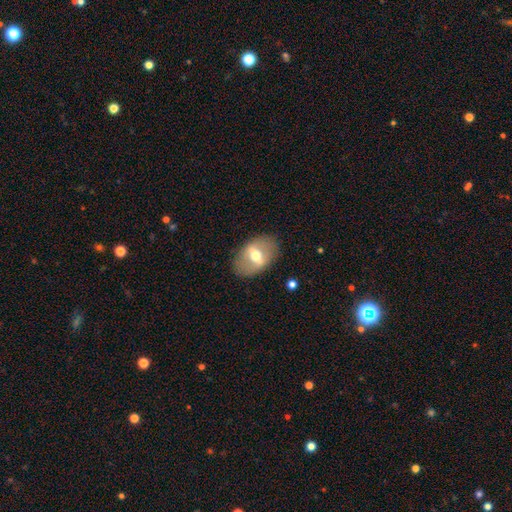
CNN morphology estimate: A featured or disk galaxy (53%).

Vote fractions:
- Smooth or featured? featured or disk: 53% / smooth: 40% / star or artifact: 7%
- Edge-on disk? no: 86% / yes: 14%
- Merging? none: 84% / minor disturbance: 11% / major disturbance: 4% / merger: 1%